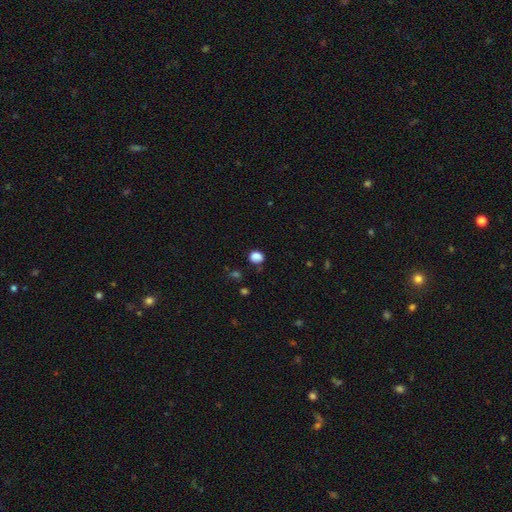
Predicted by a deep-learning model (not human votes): The model was most divided on "how rounded": in between: 51%, round: 48%, cigar-shaped: 1%. More confident: smooth or featured — smooth (85%); merging — none (76%).